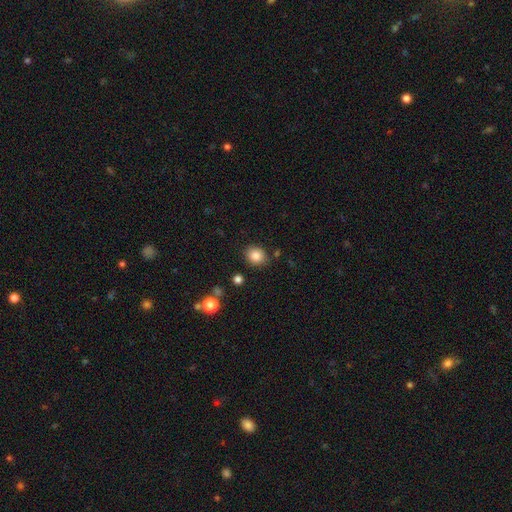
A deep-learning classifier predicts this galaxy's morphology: Smooth or featured? smooth (85%)
How rounded? round (72%)
Merging? none (84%)